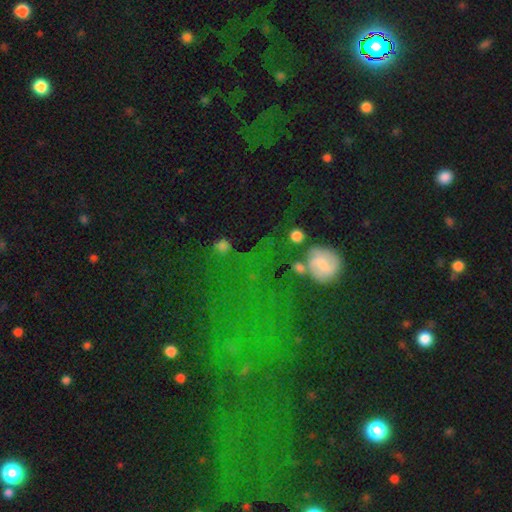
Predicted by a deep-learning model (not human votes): smooth-or-featured: star or artifact: 60% | smooth: 25% | featured or disk: 15%